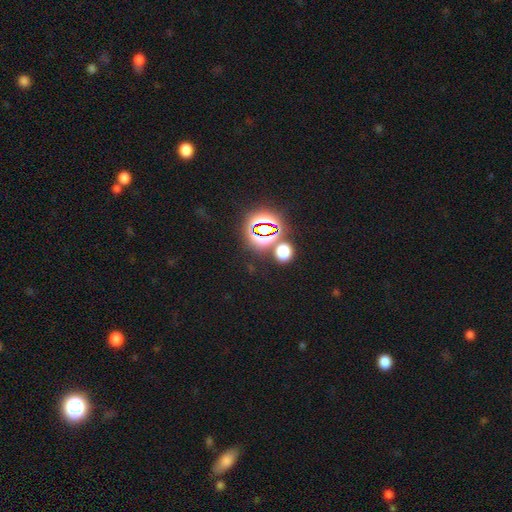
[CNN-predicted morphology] The model was most divided on "smooth or featured": star or artifact: 79%, smooth: 14%, featured or disk: 7%.